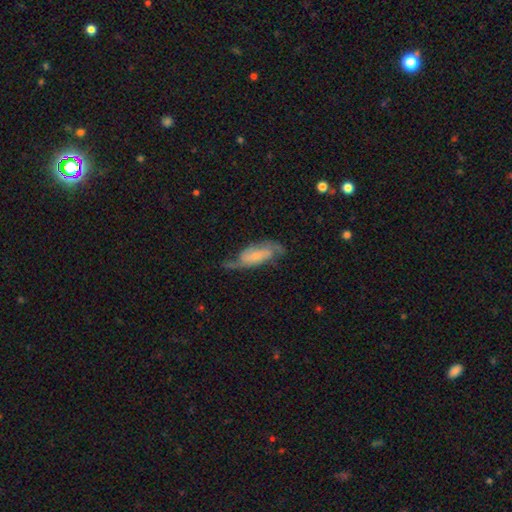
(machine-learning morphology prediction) A featured or disk galaxy (75%) with no bar (48%), 2 (86%) medium (43%) spiral arms (94%) and a small central bulge (51%). Merging: none (57%).